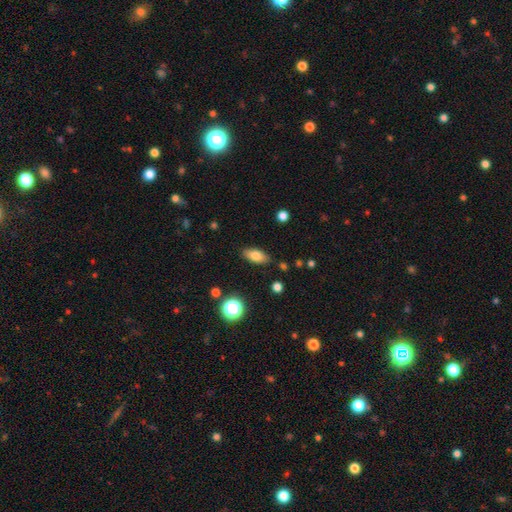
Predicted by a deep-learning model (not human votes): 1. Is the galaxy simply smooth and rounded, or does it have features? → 78% smooth, 13% featured or disk, 9% star or artifact.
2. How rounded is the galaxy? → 84% in between, 11% cigar-shaped, 5% round.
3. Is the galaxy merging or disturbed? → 86% none, 10% minor disturbance, 2% major disturbance, 2% merger.